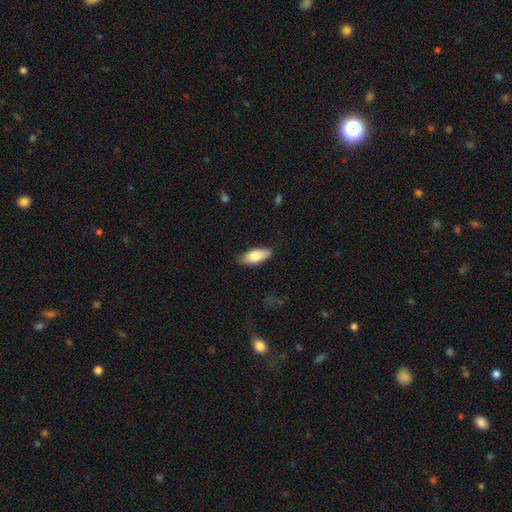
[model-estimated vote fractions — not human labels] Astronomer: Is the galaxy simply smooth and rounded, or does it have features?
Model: smooth — 78%.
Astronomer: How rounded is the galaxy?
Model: in between — 81%.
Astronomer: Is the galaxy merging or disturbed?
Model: none — 82%.